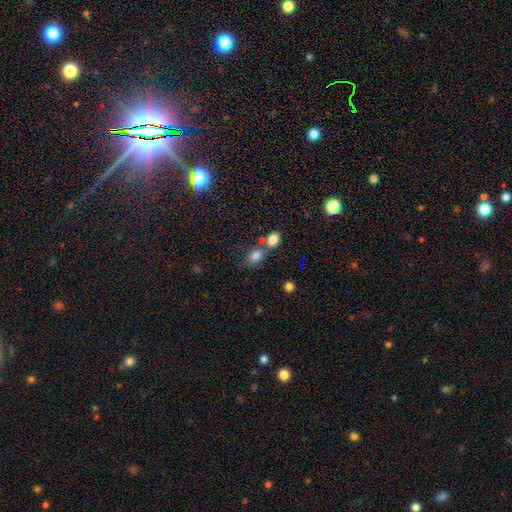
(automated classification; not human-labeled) Smooth or featured: smooth — 80% (star or artifact — 12%)
How rounded: in between — 72% (round — 26%)
Merging: none — 45% (merger — 39%)